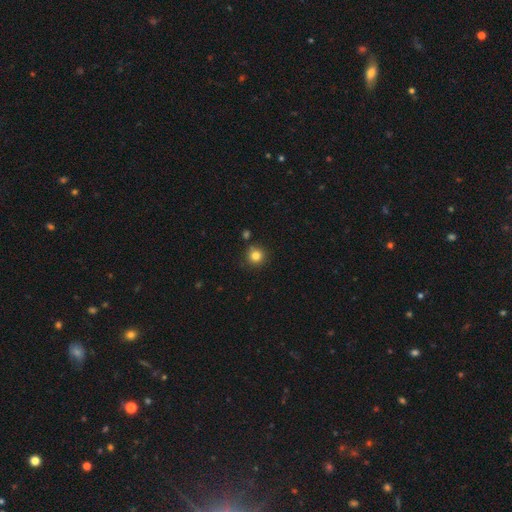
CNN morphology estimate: Smooth or featured: smooth — 83% (star or artifact — 12%)
How rounded: round — 94% (in between — 5%)
Merging: none — 85% (minor disturbance — 9%)